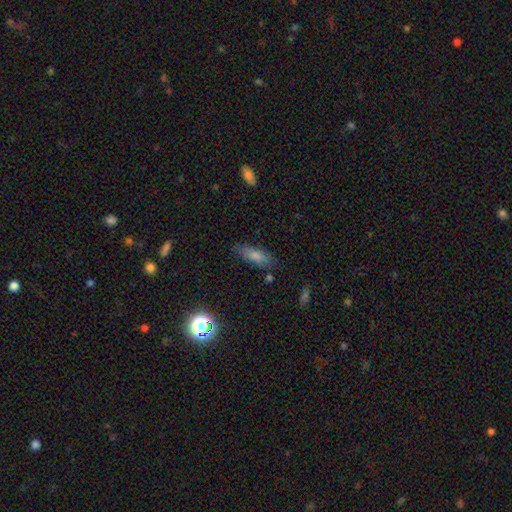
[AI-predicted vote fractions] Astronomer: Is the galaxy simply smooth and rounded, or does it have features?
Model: smooth — 76%.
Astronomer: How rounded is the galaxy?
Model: in between — 55% (runner-up: cigar-shaped, 43%).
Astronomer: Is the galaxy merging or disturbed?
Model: none — 77%.